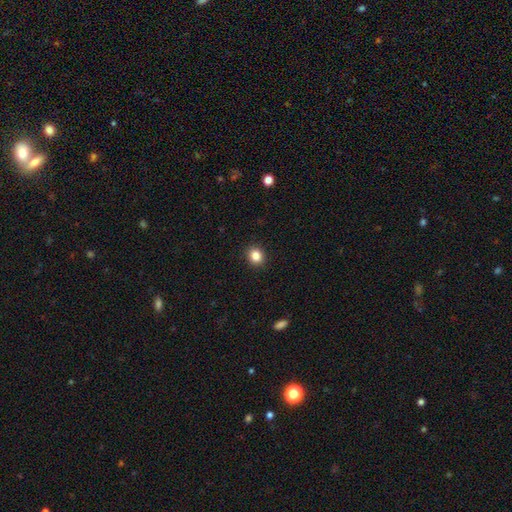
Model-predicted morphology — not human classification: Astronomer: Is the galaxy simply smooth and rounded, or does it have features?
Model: smooth — 85%.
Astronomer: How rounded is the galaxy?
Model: round — 76%.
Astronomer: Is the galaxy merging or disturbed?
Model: none — 91%.